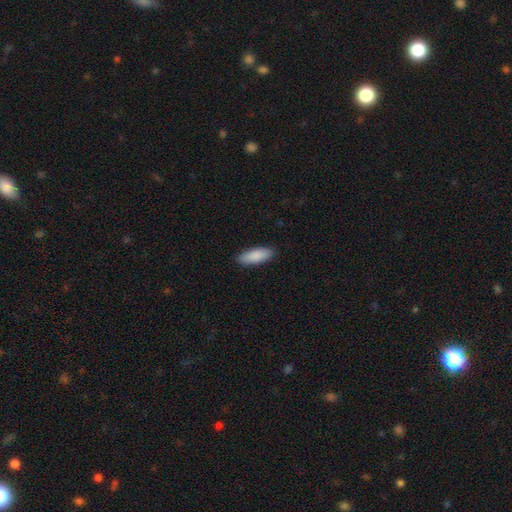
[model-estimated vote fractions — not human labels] Smooth or featured? Predicted: smooth (p=0.89). How rounded? Predicted: in between (p=0.72). Merging? Predicted: none (p=0.89).